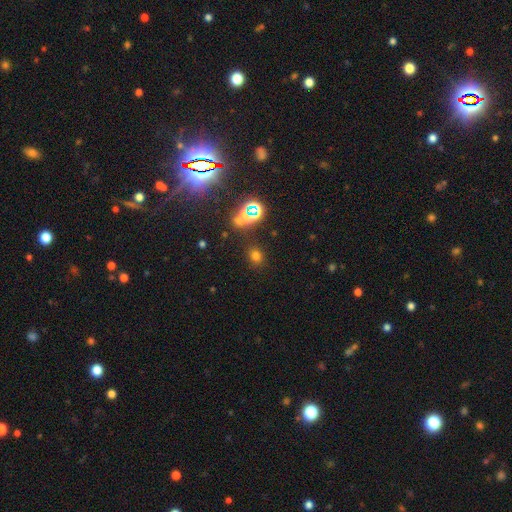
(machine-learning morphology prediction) Smooth or featured?
  - smooth: 64% *
  - star or artifact: 29%
  - featured or disk: 7%
How rounded?
  - round: 71% *
  - in between: 27%
  - cigar-shaped: 1%
Merging?
  - none: 83% *
  - minor disturbance: 9%
  - merger: 4%
  - major disturbance: 4%